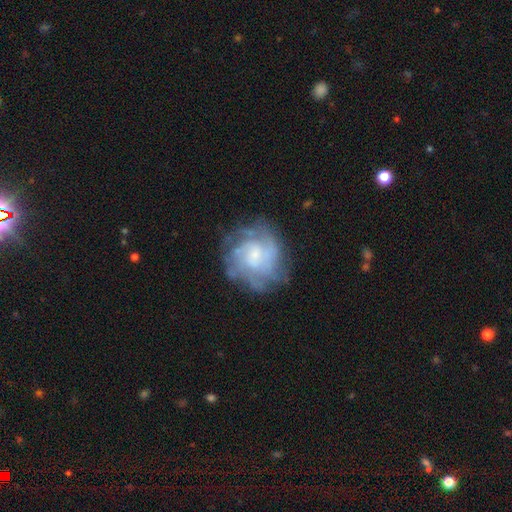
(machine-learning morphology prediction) smooth_or_featured: featured or disk (p=0.77) [alt: smooth p=0.15]
disk_edge_on: no (p=0.98) [alt: yes p=0.02]
bar: no (p=0.61) [alt: weak p=0.34]
has_spiral_arms: yes (p=0.89) [alt: no p=0.11]
spiral_winding: tight (p=0.50) [alt: medium p=0.37]
spiral_arm_count: can't tell (p=0.40) [alt: 3 p=0.19]
bulge_size: small (p=0.52) [alt: moderate p=0.32]
merging: none (p=0.69) [alt: minor disturbance p=0.18]